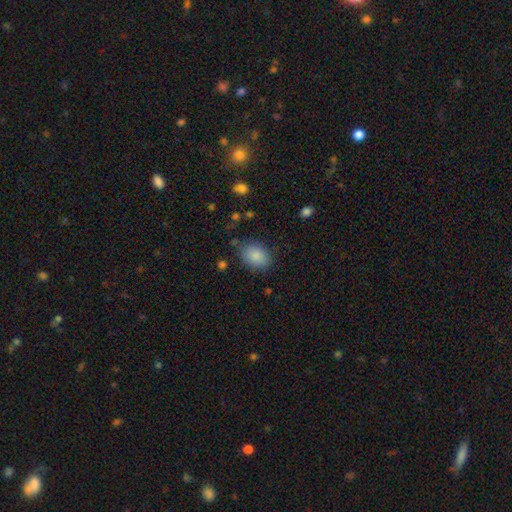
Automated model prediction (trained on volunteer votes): Smooth or featured?
  - smooth: 87% *
  - star or artifact: 8%
  - featured or disk: 5%
How rounded?
  - in between: 68% *
  - round: 31%
  - cigar-shaped: 1%
Merging?
  - none: 78% *
  - minor disturbance: 15%
  - major disturbance: 5%
  - merger: 2%